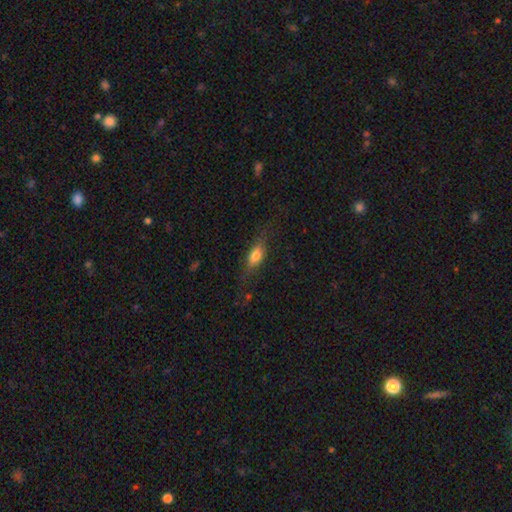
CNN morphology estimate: Smooth or featured: smooth — 67% (featured or disk — 24%)
How rounded: in between — 68% (cigar-shaped — 25%)
Merging: none — 68% (minor disturbance — 19%)